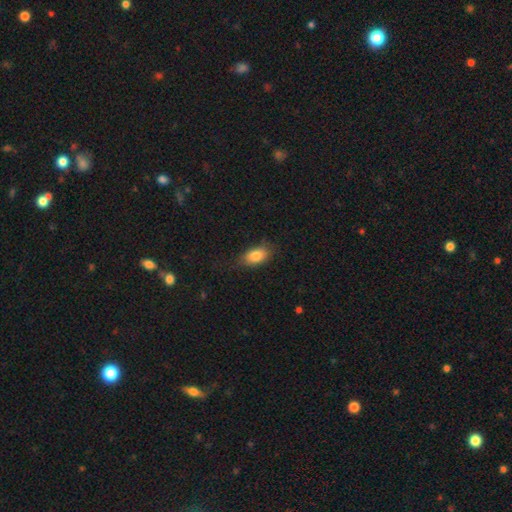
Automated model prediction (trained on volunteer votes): The model was most divided on "merging": none: 72%, minor disturbance: 22%, major disturbance: 5%, merger: 1%. More confident: how rounded — in between (87%); smooth or featured — smooth (83%).